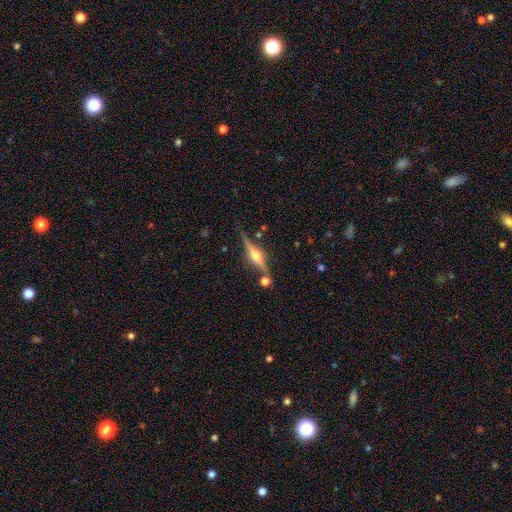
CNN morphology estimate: Smooth or featured? Predicted: featured or disk (p=0.80). Edge-on disk? Predicted: yes (p=0.97). Edge-on bulge? Predicted: rounded (p=0.95). Merging? Predicted: none (p=0.79).